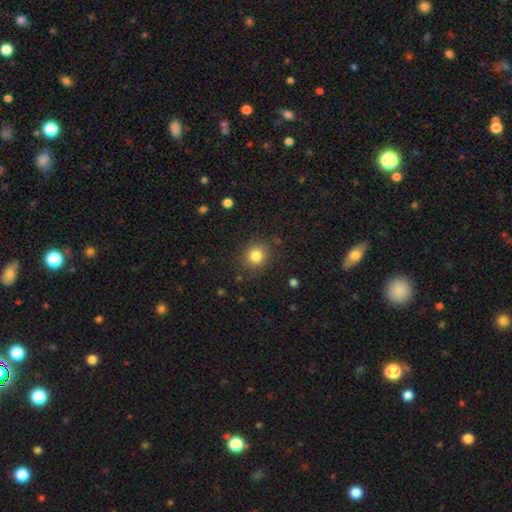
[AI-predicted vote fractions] This is clearly a smooth galaxy (82%). How rounded: clearly round (83%). Merging: clearly none (84%).